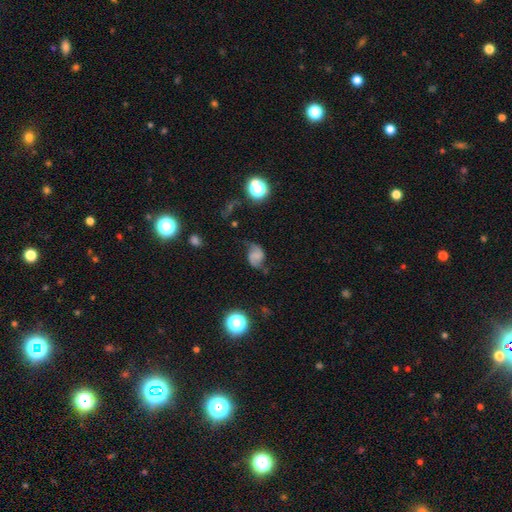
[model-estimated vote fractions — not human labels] Overall: featured or disk (54%; smooth 32%). Edge-on disk: no (97%). Bar: no (52%; weak 34%). Spiral arms: yes (91%). Bulge size: none (59%; small 20%). Merging: none (59%; minor disturbance 25%).